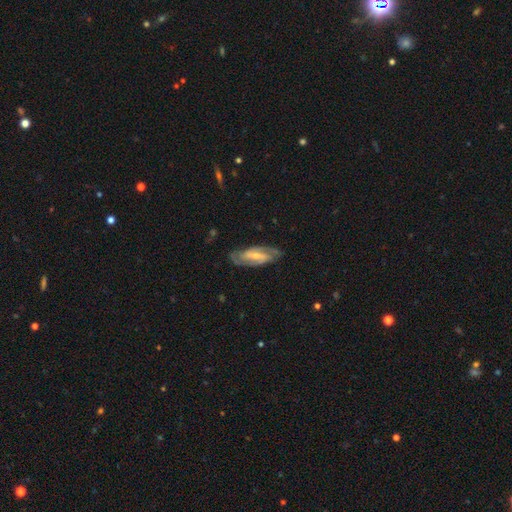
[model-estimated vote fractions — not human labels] featured or disk 79%, smooth 16%, star or artifact 5%. Down the decision tree: edge-on disk — no (90%); bar — weak (41%); spiral arms — yes (91%); spiral arm count — 2 (81%); spiral winding — medium (47%); bulge size — small (59%); merging — none (78%).